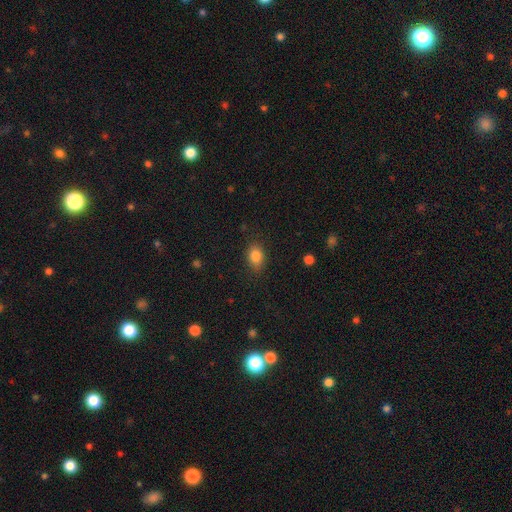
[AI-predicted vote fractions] smooth_or_featured: smooth (p=0.84) [alt: star or artifact p=0.10]
how_rounded: in between (p=0.73) [alt: round p=0.26]
merging: none (p=0.84) [alt: minor disturbance p=0.12]